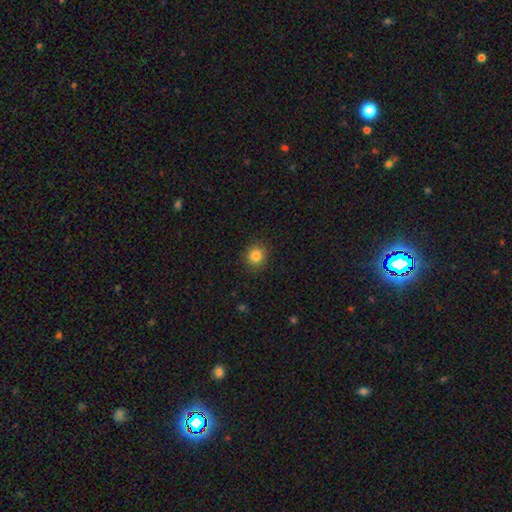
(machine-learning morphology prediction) smooth_or_featured: smooth (p=0.84) [alt: star or artifact p=0.11]
how_rounded: round (p=0.87) [alt: in between p=0.12]
merging: none (p=0.90) [alt: minor disturbance p=0.07]